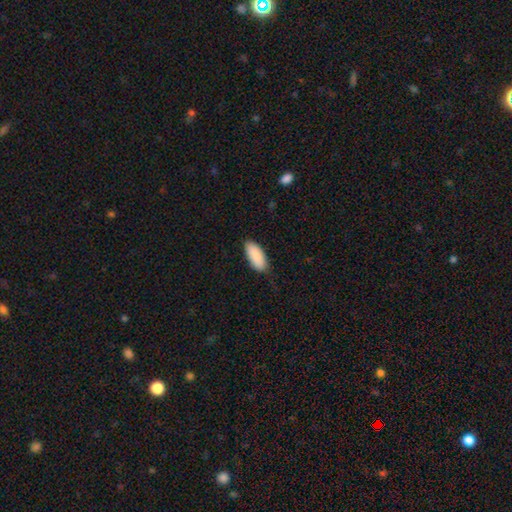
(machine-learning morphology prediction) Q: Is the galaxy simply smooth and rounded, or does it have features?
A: smooth — 90%.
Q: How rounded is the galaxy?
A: in between — 87%.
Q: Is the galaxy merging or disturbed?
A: none — 82%.